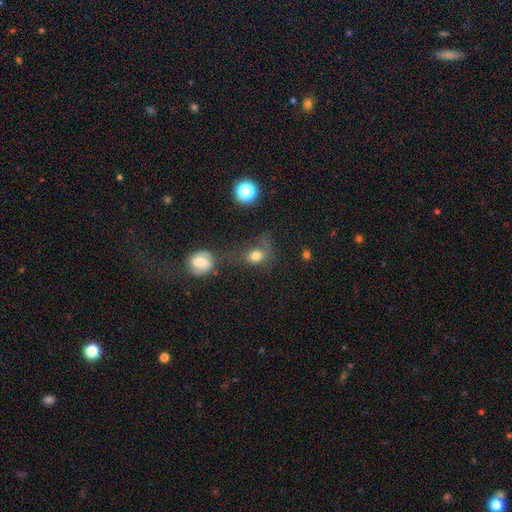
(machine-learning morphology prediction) Smooth or featured? smooth (73%)
How rounded? round (56%)
Merging? none (39%)